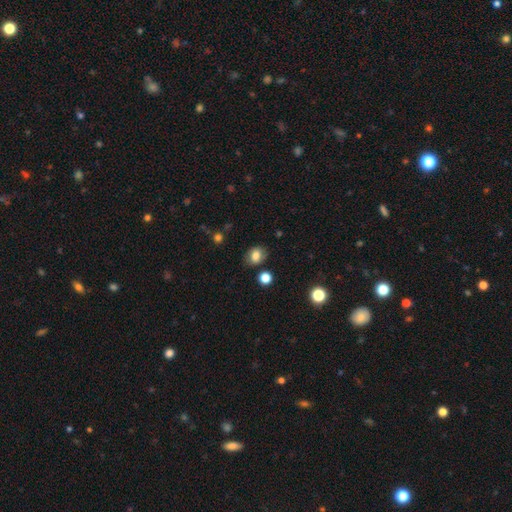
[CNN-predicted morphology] A smooth galaxy with no disk features (78%) that is in between round and cigar-shaped (53%). Merging: none (76%).